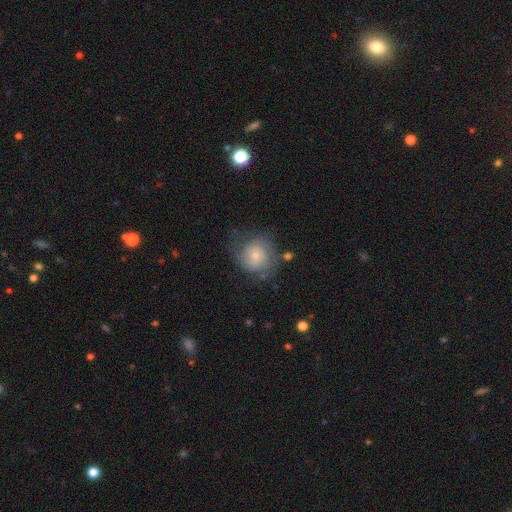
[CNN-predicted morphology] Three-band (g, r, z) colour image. It shows a smooth galaxy with no disk features (54%) that is round (84%). Merging: none (54%).